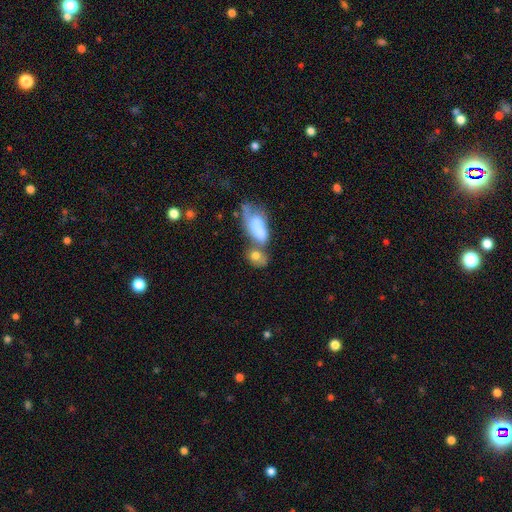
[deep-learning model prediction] Smooth or featured: smooth — 74% (featured or disk — 17%)
How rounded: in between — 69% (round — 26%)
Merging: merger — 49% (none — 29%)